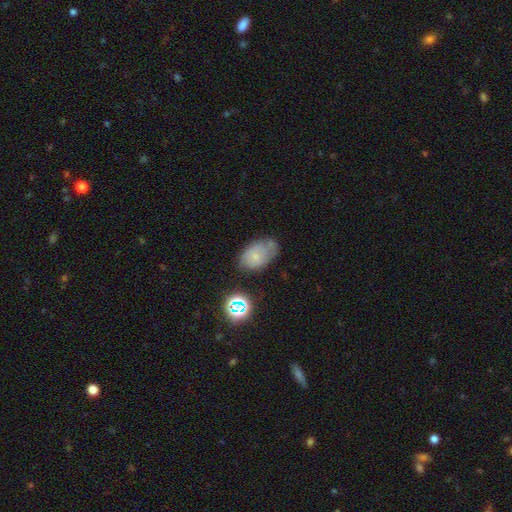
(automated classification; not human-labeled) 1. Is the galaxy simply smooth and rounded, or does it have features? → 59% smooth, 26% featured or disk, 15% star or artifact.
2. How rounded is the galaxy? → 87% in between, 12% round, 1% cigar-shaped.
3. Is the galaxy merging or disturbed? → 52% none, 31% minor disturbance, 10% major disturbance, 7% merger.